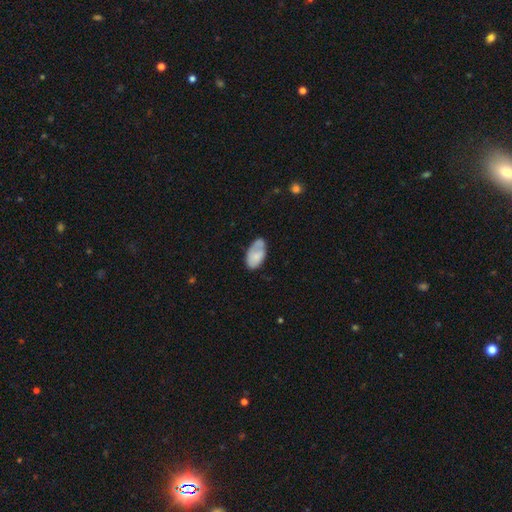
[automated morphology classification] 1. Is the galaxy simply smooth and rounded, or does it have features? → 75% smooth, 18% featured or disk, 7% star or artifact.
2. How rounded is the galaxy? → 95% in between, 3% round, 2% cigar-shaped.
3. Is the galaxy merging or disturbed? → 53% none, 32% minor disturbance, 10% major disturbance, 5% merger.